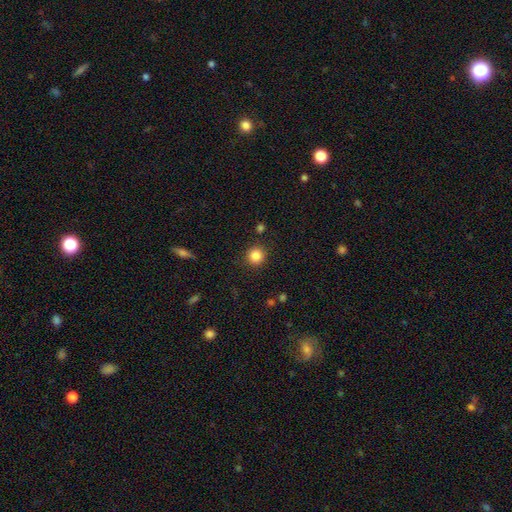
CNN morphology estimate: smooth-or-featured: smooth: 85% | star or artifact: 11% | featured or disk: 4%
  how-rounded: round: 93% | in between: 6% | cigar-shaped: 1%
  merging: none: 89% | minor disturbance: 7% | major disturbance: 2% | merger: 2%